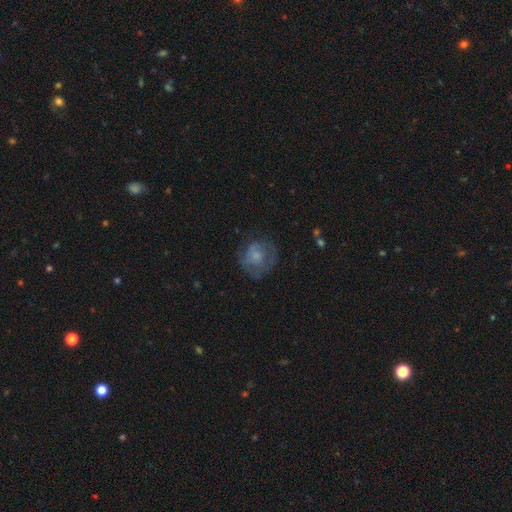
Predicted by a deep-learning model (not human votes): A smooth galaxy with no disk features (50%).

Vote fractions:
- Smooth or featured? smooth: 50% / featured or disk: 41% / star or artifact: 9%
- Merging? none: 59% / minor disturbance: 21% / major disturbance: 18% / merger: 1%